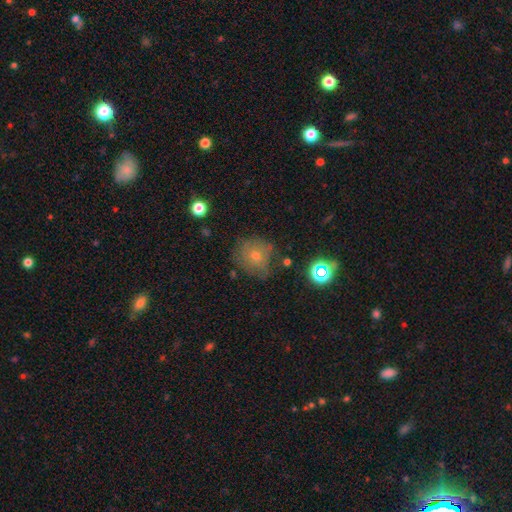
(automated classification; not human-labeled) smooth-or-featured: smooth: 50% | featured or disk: 30% | star or artifact: 21%
  merging: none: 69% | minor disturbance: 20% | major disturbance: 8% | merger: 3%